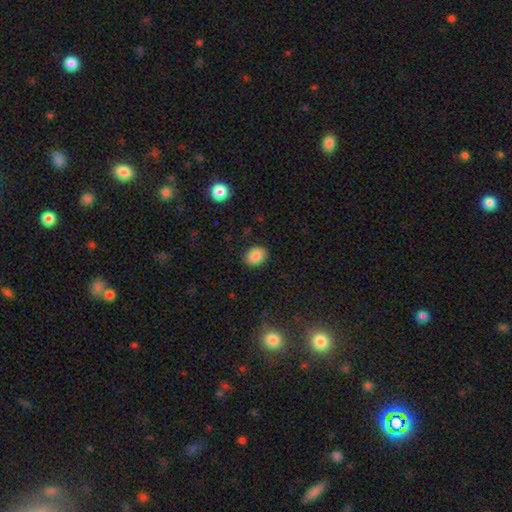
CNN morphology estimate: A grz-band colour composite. It shows a smooth galaxy with no disk features (85%) that is round (51%). Merging: none (87%).